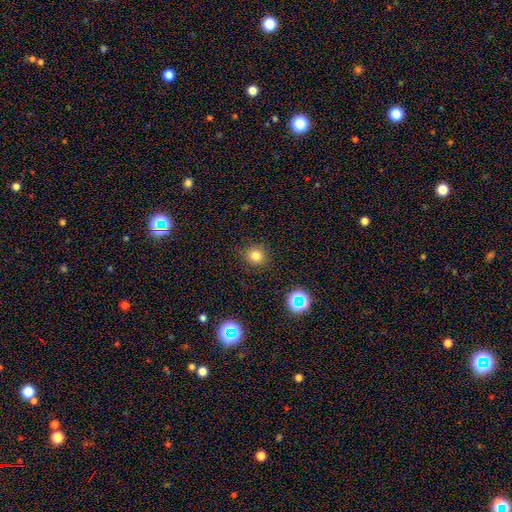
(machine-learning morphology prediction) A smooth galaxy with no disk features (79%) that is round (90%).

Vote fractions:
- Smooth or featured? smooth: 79% / star or artifact: 15% / featured or disk: 6%
- How rounded? round: 90% / in between: 9% / cigar-shaped: 1%
- Merging? none: 89% / minor disturbance: 7% / major disturbance: 3% / merger: 1%